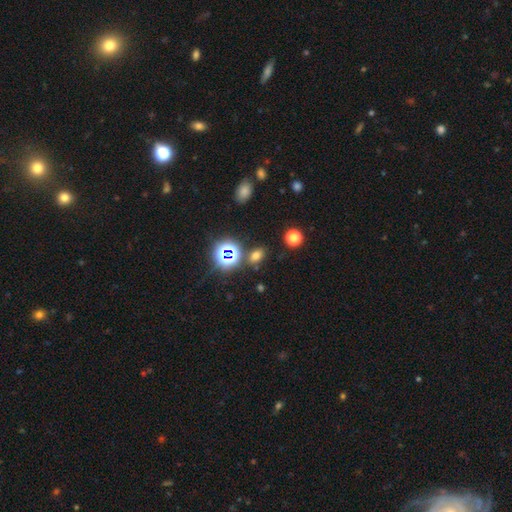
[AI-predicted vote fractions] Morphology: type=smooth (62%); roundness=in between (76%); merging=none (80%).